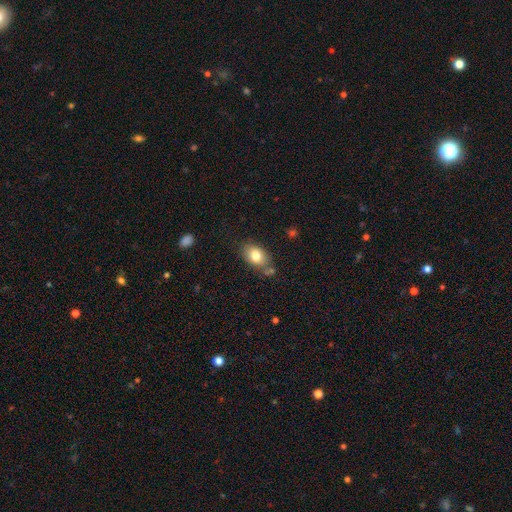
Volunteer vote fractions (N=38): Smooth or featured?
  - smooth: 68% *
  - featured or disk: 29%
  - star or artifact: 3%
How rounded?
  - in between: 96% *
  - round: 4%
  - cigar-shaped: 0%
Merging?
  - none: 59% *
  - minor disturbance: 27%
  - merger: 11%
  - major disturbance: 3%